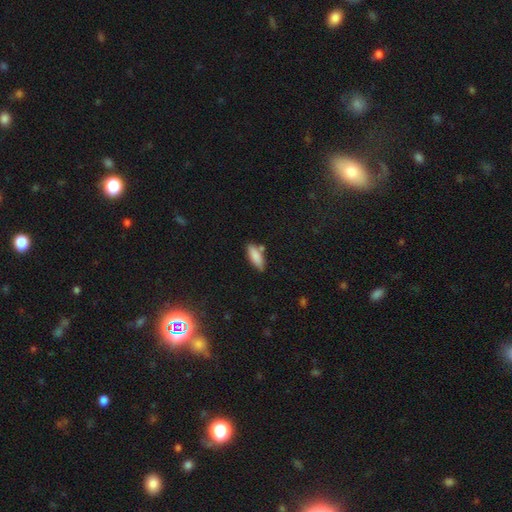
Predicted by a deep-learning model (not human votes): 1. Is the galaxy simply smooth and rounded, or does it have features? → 84% smooth, 9% featured or disk, 7% star or artifact.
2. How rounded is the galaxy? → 65% in between, 33% cigar-shaped, 2% round.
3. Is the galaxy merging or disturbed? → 73% none, 15% minor disturbance, 9% merger, 3% major disturbance.